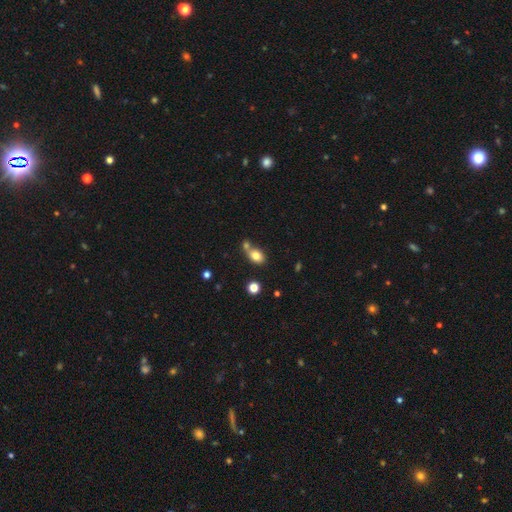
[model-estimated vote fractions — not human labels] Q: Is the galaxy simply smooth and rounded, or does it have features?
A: smooth — 79%.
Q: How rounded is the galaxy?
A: in between — 73%.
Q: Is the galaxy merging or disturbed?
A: none — 45%.